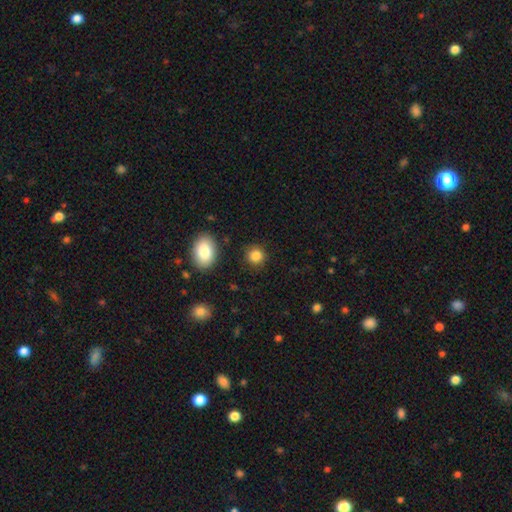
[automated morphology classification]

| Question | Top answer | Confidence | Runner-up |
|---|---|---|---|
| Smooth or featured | smooth | 85% | star or artifact (10%) |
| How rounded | round | 87% | in between (12%) |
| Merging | none | 87% | minor disturbance (8%) |